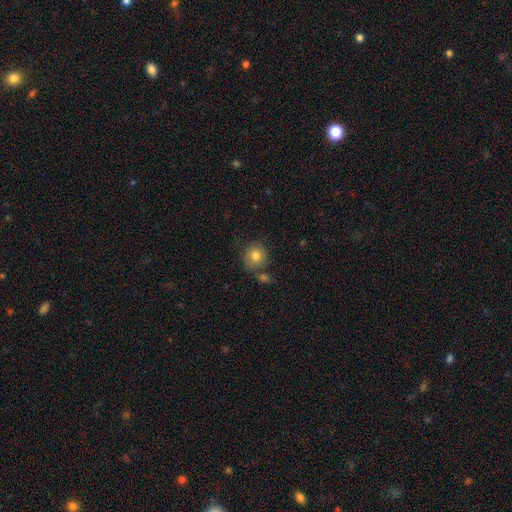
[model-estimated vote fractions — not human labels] This is likely a smooth galaxy (78%). How rounded: clearly round (86%). Merging: likely none (68%).